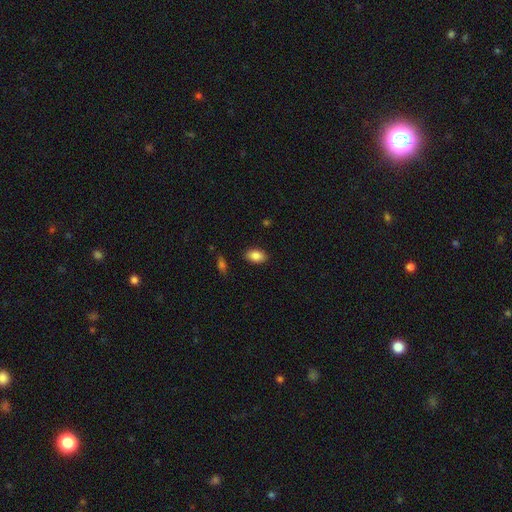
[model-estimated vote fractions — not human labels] The model was most divided on "merging": none: 87%, minor disturbance: 9%, major disturbance: 2%, merger: 1%. More confident: how rounded — in between (90%); smooth or featured — smooth (86%).